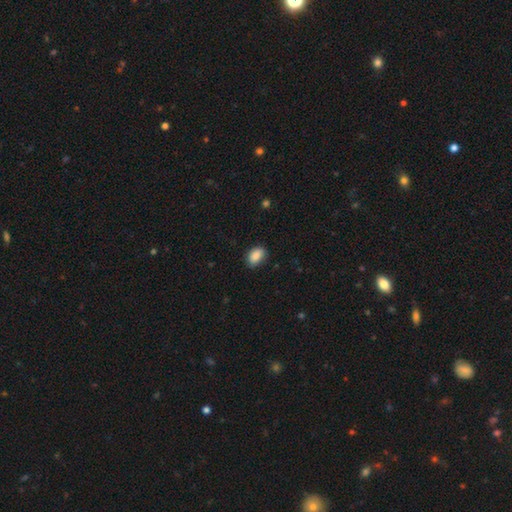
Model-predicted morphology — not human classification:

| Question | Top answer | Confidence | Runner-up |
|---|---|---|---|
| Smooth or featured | smooth | 88% | star or artifact (7%) |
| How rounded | in between | 88% | round (10%) |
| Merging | none | 81% | minor disturbance (16%) |